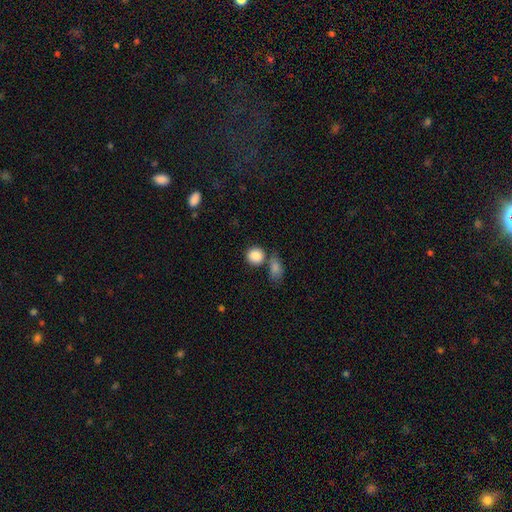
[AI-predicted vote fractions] This appears to be a smooth galaxy with no disk features (87%) that is round (81%). Merging: none (59%).